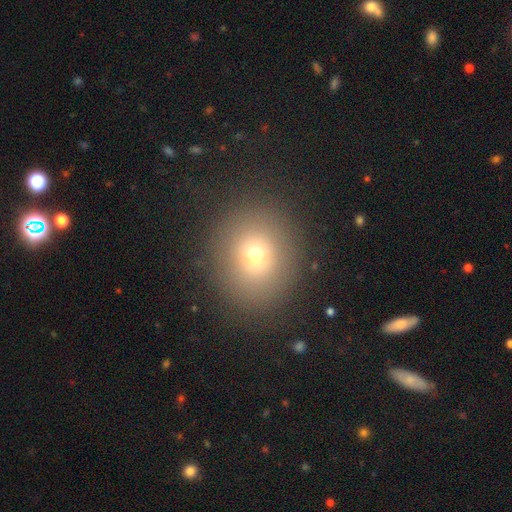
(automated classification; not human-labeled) smooth 68%, star or artifact 18%, featured or disk 14%. Down the decision tree: how rounded — round (83%); merging — none (85%).